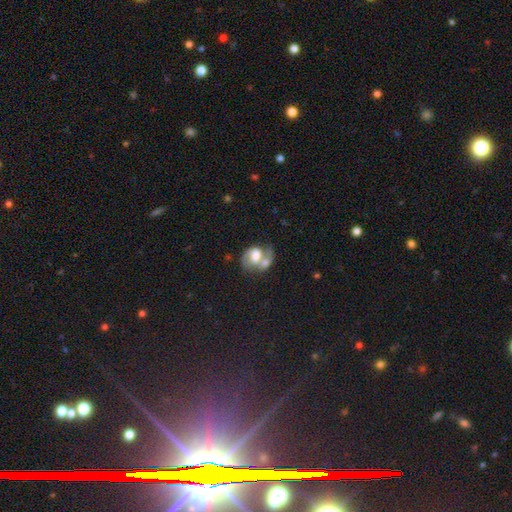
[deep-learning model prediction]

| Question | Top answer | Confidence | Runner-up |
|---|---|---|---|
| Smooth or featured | featured or disk | 50% | smooth (41%) |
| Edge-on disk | no | 96% | yes (4%) |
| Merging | merger | 56% | none (21%) |